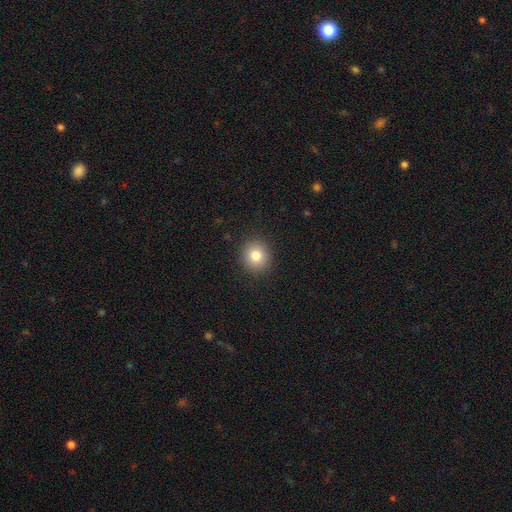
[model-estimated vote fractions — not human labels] smooth 81%, star or artifact 10%, featured or disk 8%. Down the decision tree: how rounded — round (89%); merging — none (91%).